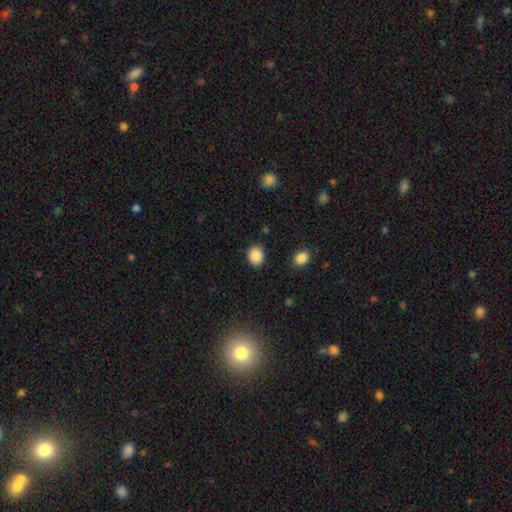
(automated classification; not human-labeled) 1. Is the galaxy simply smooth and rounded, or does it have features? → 88% smooth, 8% star or artifact, 3% featured or disk.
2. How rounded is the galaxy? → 55% round, 44% in between, 1% cigar-shaped.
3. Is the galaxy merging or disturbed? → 86% none, 10% minor disturbance, 3% major disturbance, 2% merger.